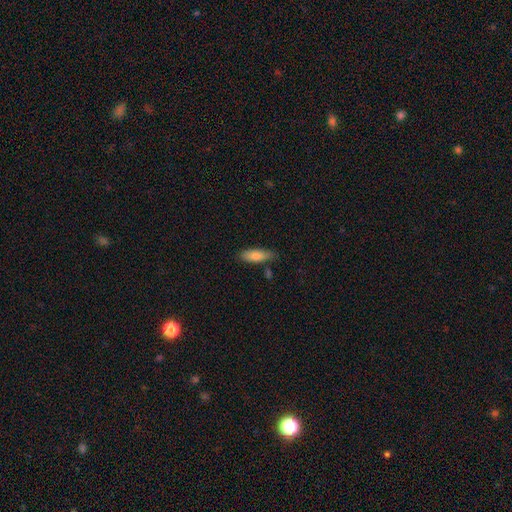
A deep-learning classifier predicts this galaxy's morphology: Q: Smooth or featured?
A: smooth (78%); runner-up: featured or disk (15%)
Q: How rounded?
A: in between (61%); runner-up: cigar-shaped (37%)
Q: Merging?
A: none (77%); runner-up: minor disturbance (16%)